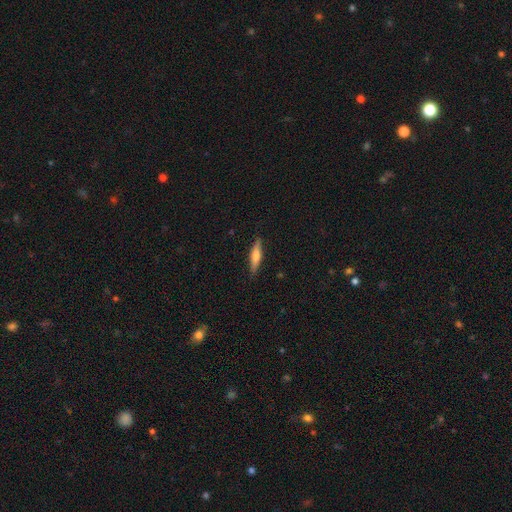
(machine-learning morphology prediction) Smooth or featured? Predicted: smooth (p=0.58). How rounded? Predicted: cigar-shaped (p=0.77). Merging? Predicted: none (p=0.88).